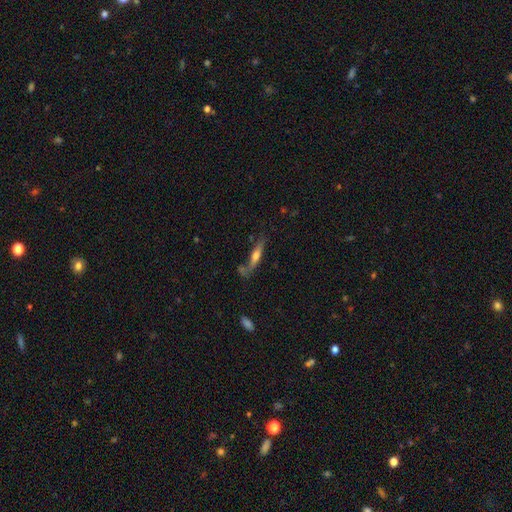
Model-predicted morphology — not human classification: Smooth or featured?
  - featured or disk: 50% *
  - smooth: 43%
  - star or artifact: 7%
Edge-on disk?
  - yes: 91% *
  - no: 9%
Merging?
  - none: 63% *
  - minor disturbance: 18%
  - merger: 12%
  - major disturbance: 6%